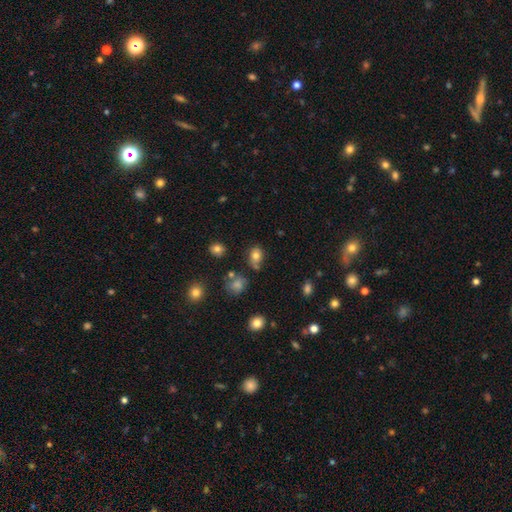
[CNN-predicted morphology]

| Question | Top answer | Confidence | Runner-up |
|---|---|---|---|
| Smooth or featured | smooth | 77% | star or artifact (13%) |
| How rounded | in between | 57% | round (42%) |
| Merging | none | 61% | minor disturbance (23%) |